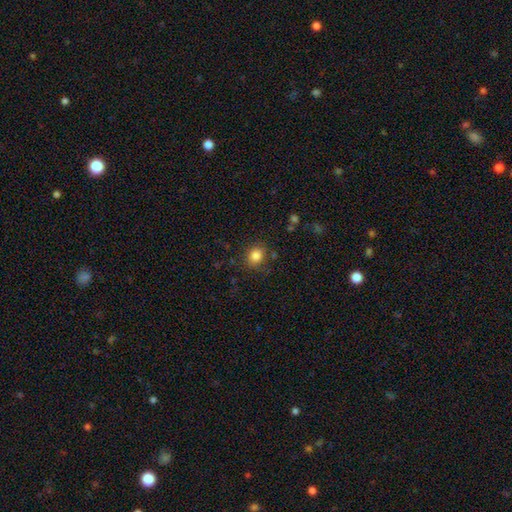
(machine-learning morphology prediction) Smooth or featured: smooth — 84% (star or artifact — 11%)
How rounded: round — 67% (in between — 32%)
Merging: none — 83% (minor disturbance — 11%)